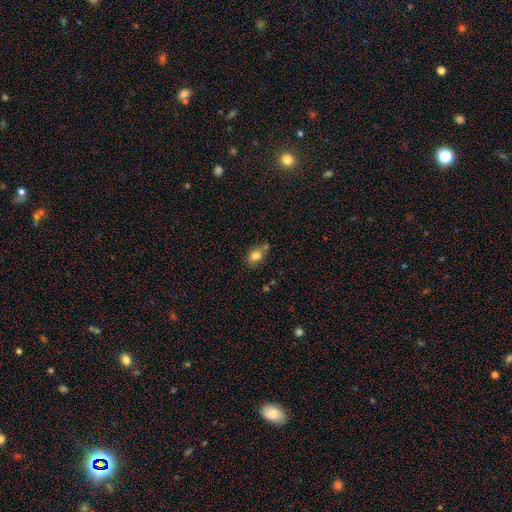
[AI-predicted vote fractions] A smooth galaxy with no disk features (81%) that is in between round and cigar-shaped (56%).

Vote fractions:
- Smooth or featured? smooth: 81% / star or artifact: 10% / featured or disk: 9%
- How rounded? in between: 56% / round: 43% / cigar-shaped: 2%
- Merging? none: 57% / minor disturbance: 20% / merger: 17% / major disturbance: 5%